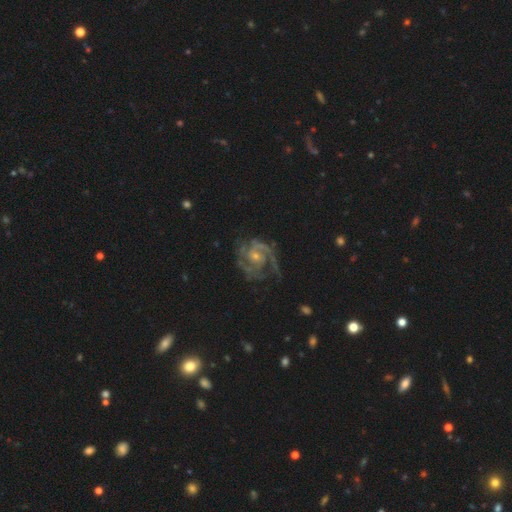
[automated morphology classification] Q: Smooth or featured?
A: featured or disk (89%); runner-up: star or artifact (7%)
Q: Edge-on disk?
A: no (98%); runner-up: yes (2%)
Q: Bar?
A: no (60%); runner-up: weak (32%)
Q: Spiral arms?
A: yes (97%); runner-up: no (3%)
Q: Spiral winding?
A: medium (46%); runner-up: tight (44%)
Q: Spiral arm count?
A: 2 (51%); runner-up: 3 (21%)
Q: Bulge size?
A: small (60%); runner-up: moderate (34%)
Q: Merging?
A: none (67%); runner-up: minor disturbance (19%)